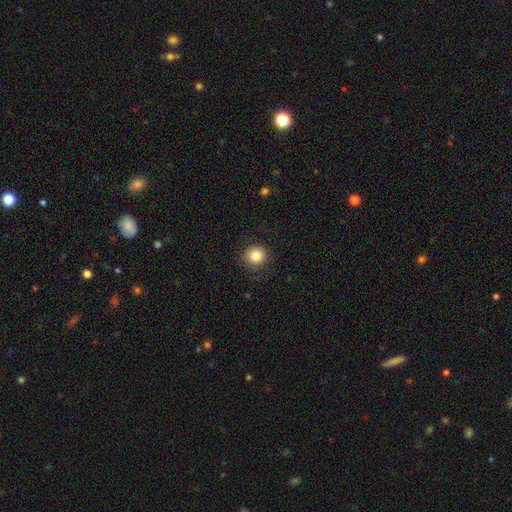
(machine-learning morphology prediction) A smooth galaxy with no disk features (84%) that is round (89%).

Vote fractions:
- Smooth or featured? smooth: 84% / star or artifact: 10% / featured or disk: 6%
- How rounded? round: 89% / in between: 10% / cigar-shaped: 1%
- Merging? none: 88% / minor disturbance: 8% / major disturbance: 3% / merger: 1%